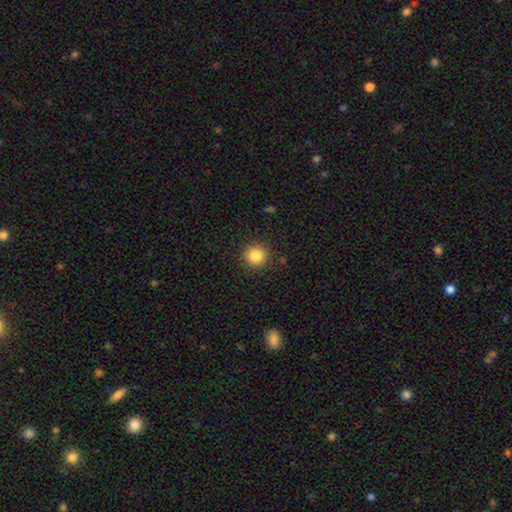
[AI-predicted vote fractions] Smooth or featured? smooth (85%)
How rounded? round (94%)
Merging? none (90%)